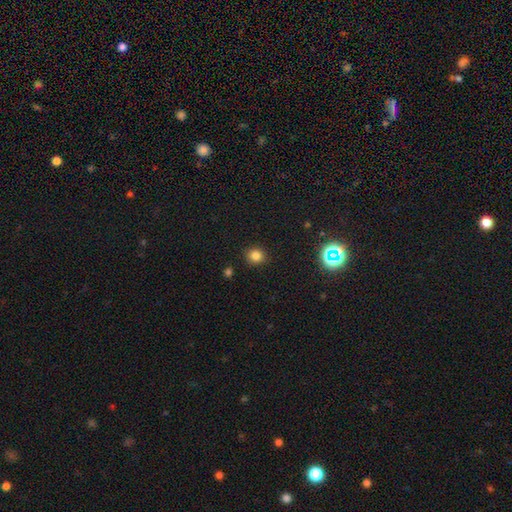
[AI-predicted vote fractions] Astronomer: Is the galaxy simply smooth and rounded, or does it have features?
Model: smooth — 80%.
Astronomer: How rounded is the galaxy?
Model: round — 85%.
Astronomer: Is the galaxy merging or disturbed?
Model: none — 89%.